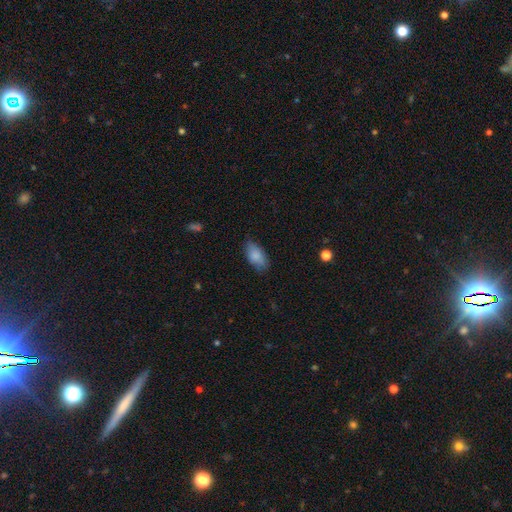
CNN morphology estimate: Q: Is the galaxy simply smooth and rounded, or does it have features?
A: smooth — 85%.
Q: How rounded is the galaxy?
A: in between — 92%.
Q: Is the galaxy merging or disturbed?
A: none — 75%.